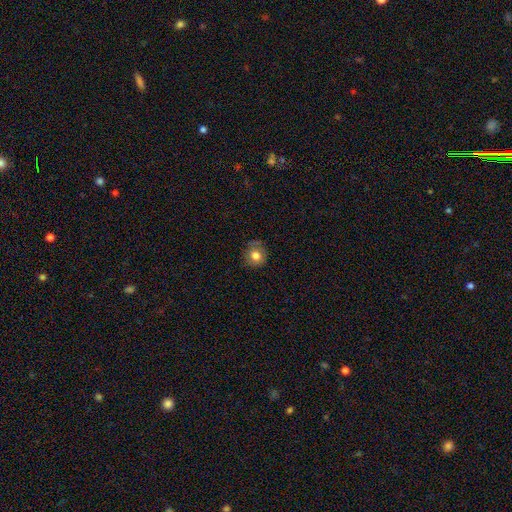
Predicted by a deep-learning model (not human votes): Smooth or featured? smooth (76%)
How rounded? round (87%)
Merging? none (76%)